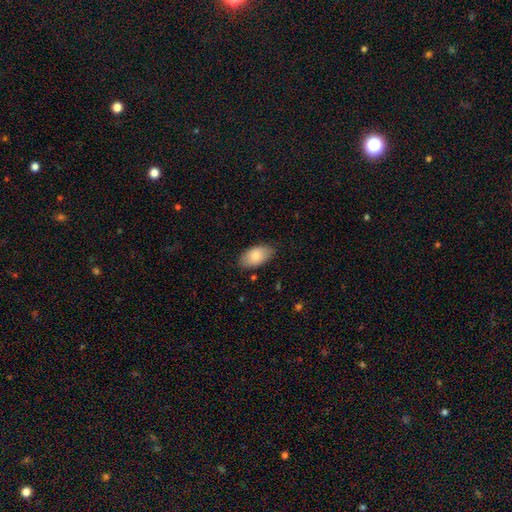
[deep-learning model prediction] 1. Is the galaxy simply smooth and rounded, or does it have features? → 81% smooth, 13% featured or disk, 6% star or artifact.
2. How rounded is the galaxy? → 94% in between, 4% round, 2% cigar-shaped.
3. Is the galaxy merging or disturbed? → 81% none, 15% minor disturbance, 3% major disturbance, 1% merger.